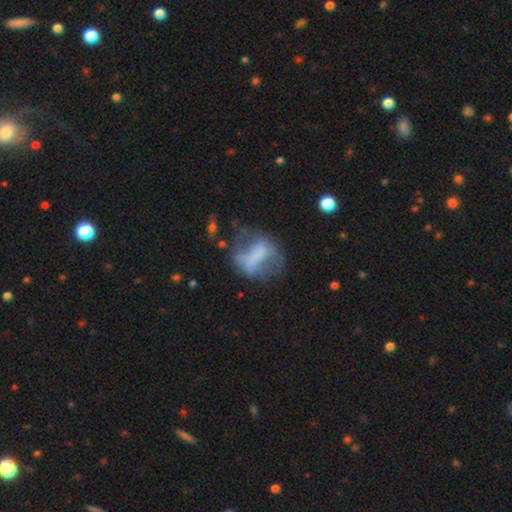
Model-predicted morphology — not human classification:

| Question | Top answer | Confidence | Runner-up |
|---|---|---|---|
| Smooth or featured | featured or disk | 48% | smooth (40%) |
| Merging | none | 41% | major disturbance (29%) |